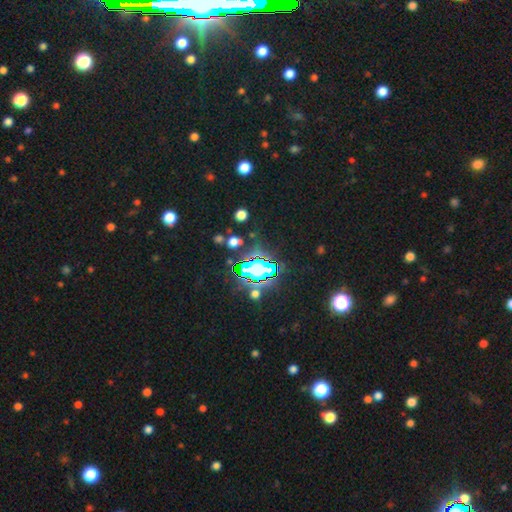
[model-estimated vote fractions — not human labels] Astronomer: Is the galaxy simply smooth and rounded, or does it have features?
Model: star or artifact — 84%.